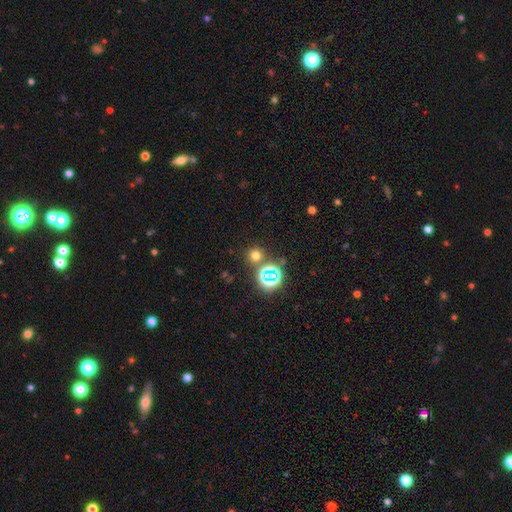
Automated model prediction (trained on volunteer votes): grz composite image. It shows a smooth galaxy with no disk features (67%) that is round (92%). Merging: none (80%).